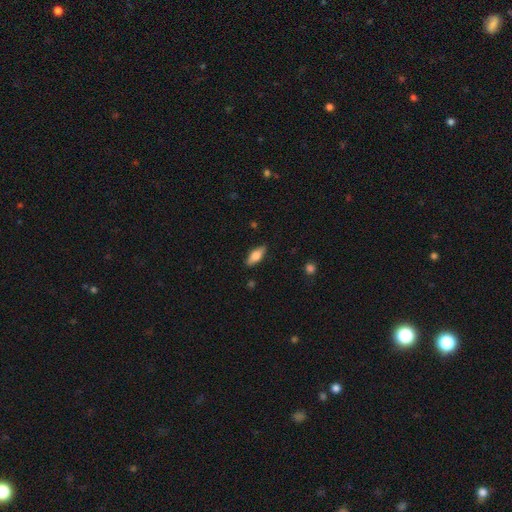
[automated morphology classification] The model was most divided on "smooth or featured": smooth: 66%, featured or disk: 28%, star or artifact: 6%. More confident: merging — none (87%); how rounded — in between (72%).